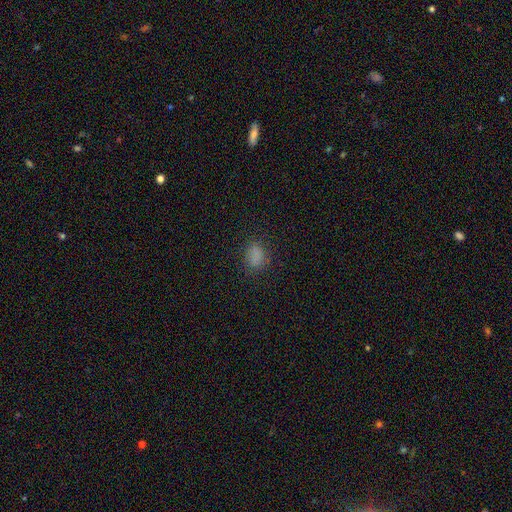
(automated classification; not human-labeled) Q: Smooth or featured?
A: smooth (81%); runner-up: star or artifact (14%)
Q: How rounded?
A: in between (74%); runner-up: round (24%)
Q: Merging?
A: none (80%); runner-up: minor disturbance (14%)